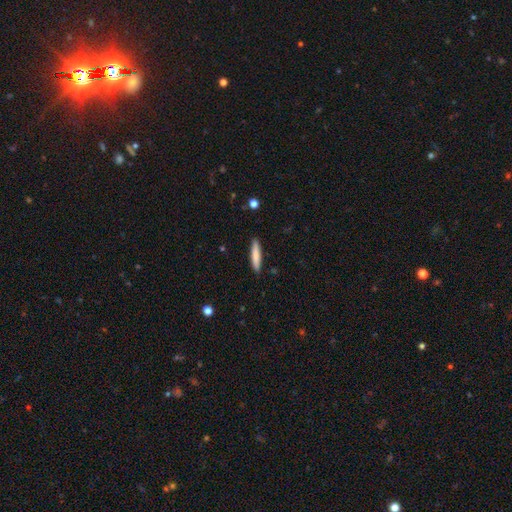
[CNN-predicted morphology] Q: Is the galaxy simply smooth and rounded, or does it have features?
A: smooth — 81%.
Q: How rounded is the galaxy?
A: cigar-shaped — 89%.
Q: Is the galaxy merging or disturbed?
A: none — 90%.